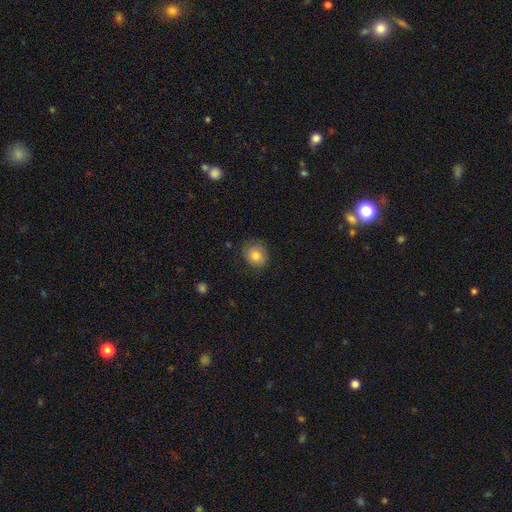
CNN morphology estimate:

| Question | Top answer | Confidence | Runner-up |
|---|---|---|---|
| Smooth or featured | smooth | 79% | featured or disk (12%) |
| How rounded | round | 70% | in between (29%) |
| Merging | none | 75% | minor disturbance (19%) |